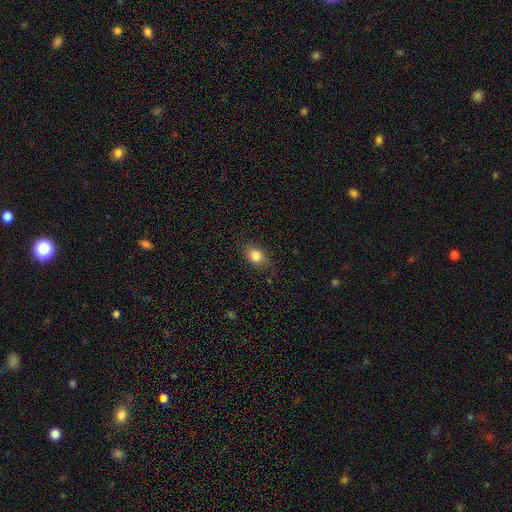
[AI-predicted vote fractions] Q: Smooth or featured?
A: smooth (82%); runner-up: star or artifact (9%)
Q: How rounded?
A: in between (67%); runner-up: round (31%)
Q: Merging?
A: none (80%); runner-up: minor disturbance (16%)